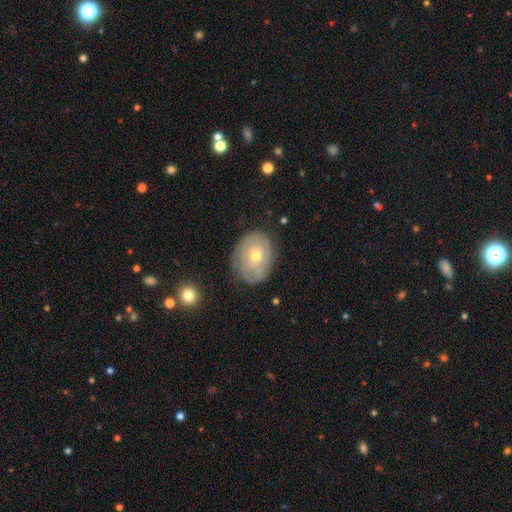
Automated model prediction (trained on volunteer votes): Smooth or featured: featured or disk — 57% (smooth — 35%)
Edge-on disk: no — 95% (yes — 5%)
Bar: no — 81% (weak — 16%)
Spiral arms: yes — 67% (no — 33%)
Bulge size: small — 49% (moderate — 48%)
Merging: none — 72% (minor disturbance — 20%)